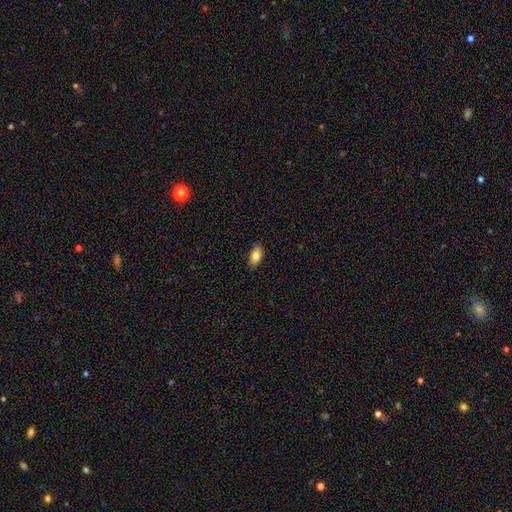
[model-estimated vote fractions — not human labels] Smooth or featured: smooth — 82% (featured or disk — 10%)
How rounded: in between — 91% (round — 5%)
Merging: none — 84% (minor disturbance — 13%)